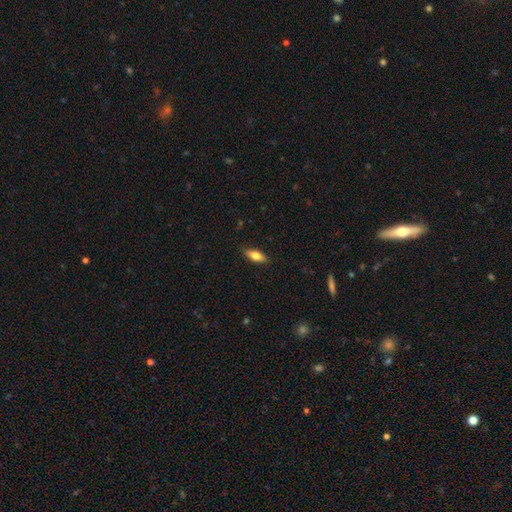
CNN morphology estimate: A smooth galaxy with no disk features (68%) that is in between round and cigar-shaped (68%).

Vote fractions:
- Smooth or featured? smooth: 68% / featured or disk: 26% / star or artifact: 7%
- How rounded? in between: 68% / cigar-shaped: 30% / round: 3%
- Merging? none: 86% / minor disturbance: 11% / major disturbance: 2% / merger: 1%